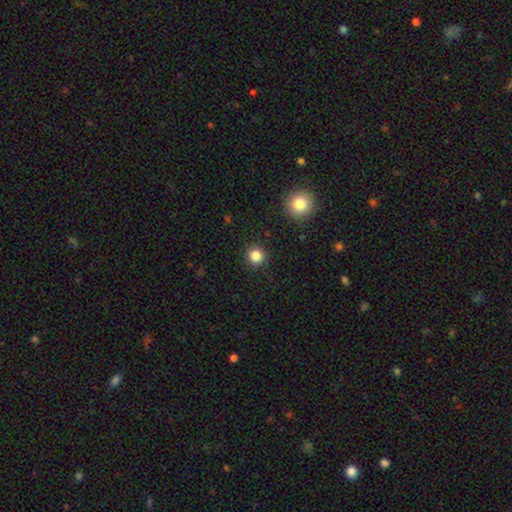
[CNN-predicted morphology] Q: Smooth or featured?
A: smooth (83%); runner-up: star or artifact (13%)
Q: How rounded?
A: round (94%); runner-up: in between (5%)
Q: Merging?
A: none (92%); runner-up: minor disturbance (5%)